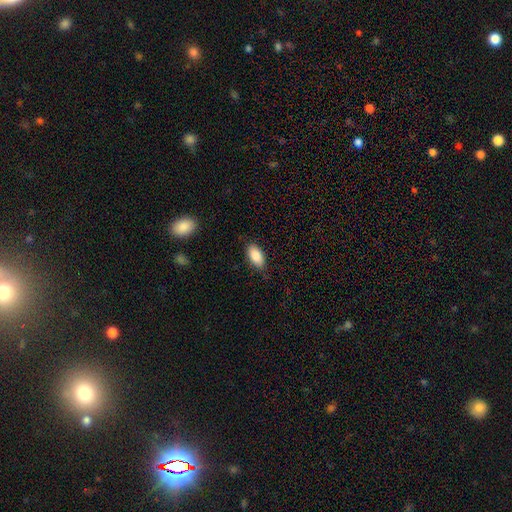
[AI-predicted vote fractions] Smooth or featured: smooth — 87% (featured or disk — 7%)
How rounded: in between — 92% (cigar-shaped — 5%)
Merging: none — 83% (minor disturbance — 13%)